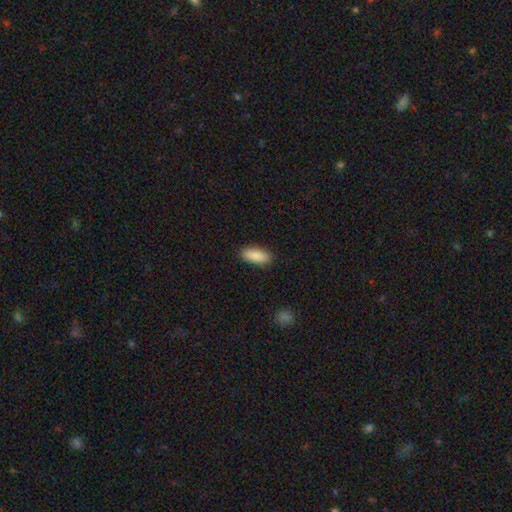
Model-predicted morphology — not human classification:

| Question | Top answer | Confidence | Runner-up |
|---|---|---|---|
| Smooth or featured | smooth | 88% | star or artifact (6%) |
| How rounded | in between | 82% | cigar-shaped (16%) |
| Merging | none | 89% | minor disturbance (8%) |